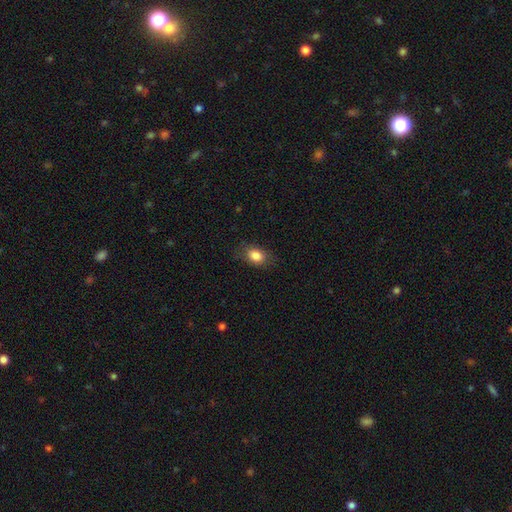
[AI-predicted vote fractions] Overall: smooth (85%). How rounded: in between (77%). Merging: none (80%).